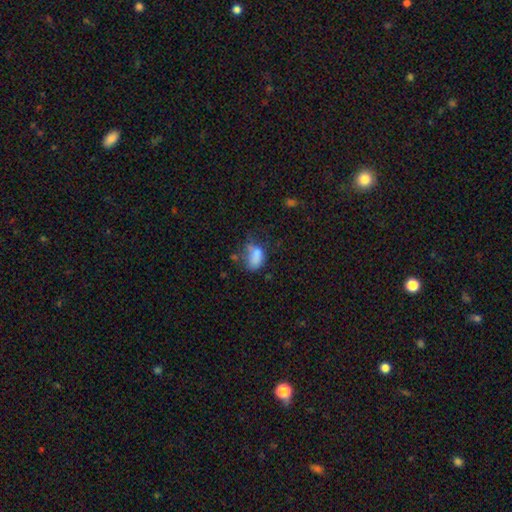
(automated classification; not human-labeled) Smooth or featured: smooth — 71% (featured or disk — 17%)
How rounded: in between — 84% (round — 14%)
Merging: major disturbance — 31% (minor disturbance — 28%)